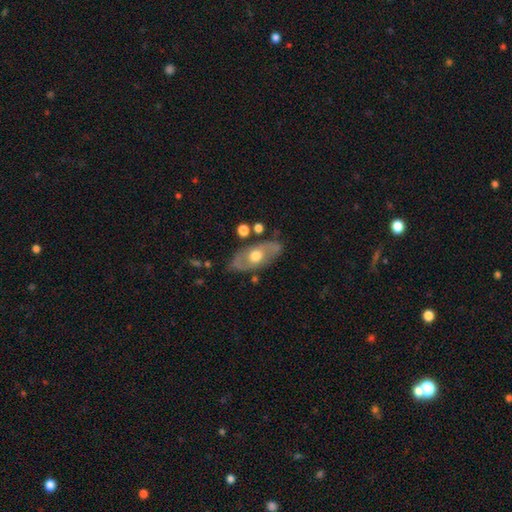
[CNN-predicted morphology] This is possibly a featured or disk galaxy (53%). It is likely not viewed edge-on (78%). Merging: likely none (76%).